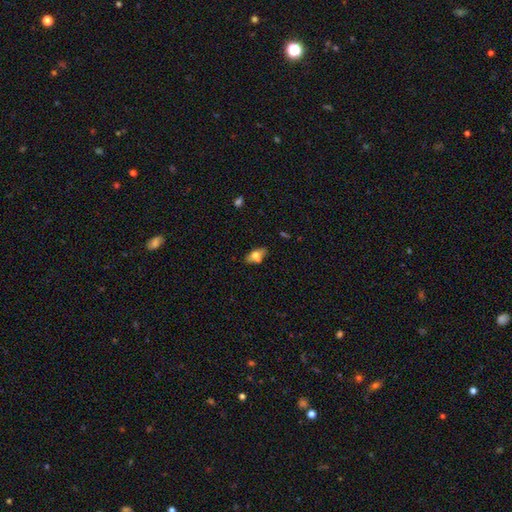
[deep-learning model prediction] A smooth galaxy with no disk features (61%) that is in between round and cigar-shaped (84%). Merging: none (62%).